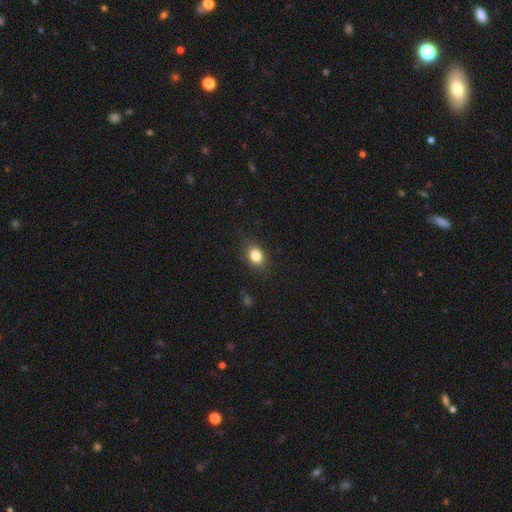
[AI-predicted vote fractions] A smooth galaxy with no disk features (84%) that is in between round and cigar-shaped (66%). Merging: none (85%).